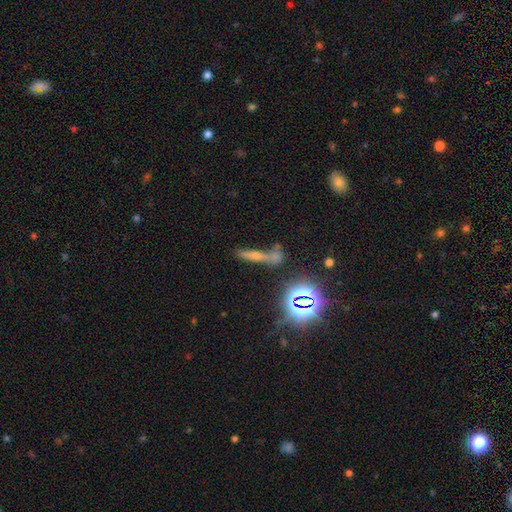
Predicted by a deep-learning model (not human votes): smooth 35% (tied), star or artifact 35% (tied), featured or disk 29%. Down the decision tree: merging — none (53%).